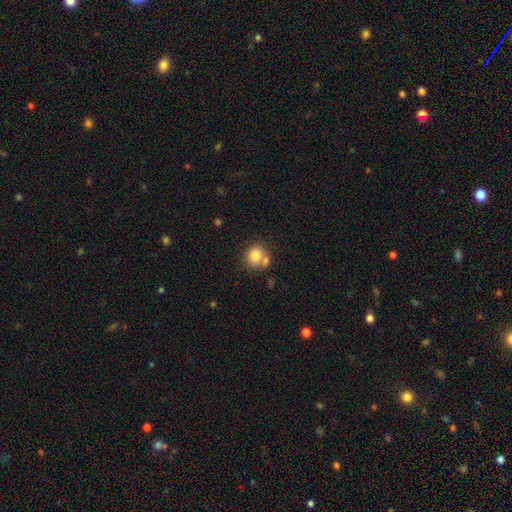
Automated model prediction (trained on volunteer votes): Smooth or featured: smooth — 79% (featured or disk — 12%)
How rounded: round — 71% (in between — 28%)
Merging: none — 51% (merger — 32%)